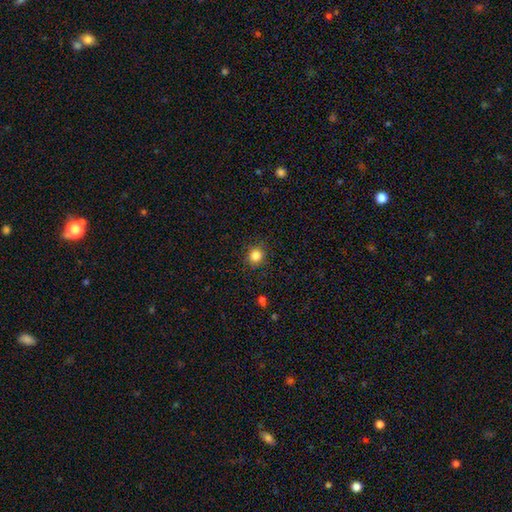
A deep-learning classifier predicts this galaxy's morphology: Overall: smooth (84%). How rounded: round (89%). Merging: none (89%).